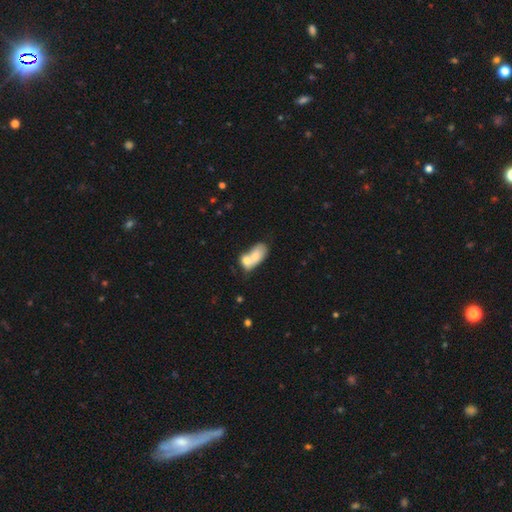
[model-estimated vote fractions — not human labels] Morphology: type=smooth (71%); roundness=in between (85%); merging=merger (72%).